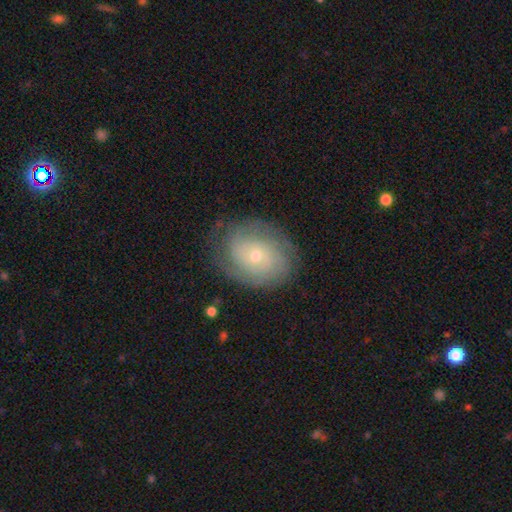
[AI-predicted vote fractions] Smooth or featured?
  - featured or disk: 71% *
  - smooth: 21%
  - star or artifact: 8%
Edge-on disk?
  - no: 96% *
  - yes: 4%
Bar?
  - no: 81% *
  - weak: 16%
  - strong: 3%
Spiral arms?
  - yes: 88% *
  - no: 12%
Spiral winding?
  - tight: 73% *
  - medium: 21%
  - loose: 6%
Spiral arm count?
  - can't tell: 45% *
  - 2: 24%
  - 3: 14%
  - 4: 7%
  - 1: 5%
  - more than 4: 5%
Bulge size?
  - small: 66% *
  - moderate: 31%
  - large: 2%
  - none: 1%
  - dominant: 1%
Merging?
  - none: 77% *
  - minor disturbance: 16%
  - major disturbance: 6%
  - merger: 1%